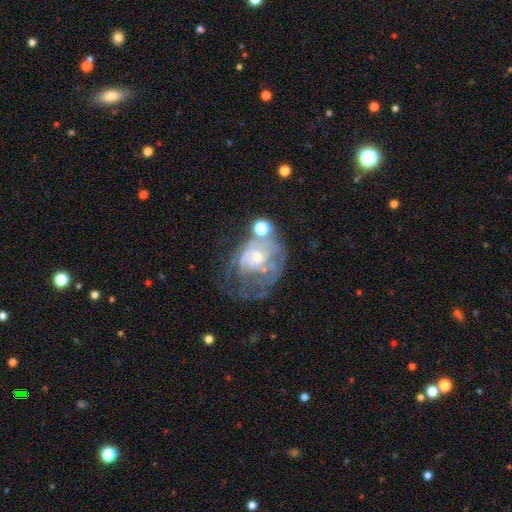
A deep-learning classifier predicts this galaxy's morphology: The model was most divided on "merging": none: 33%, major disturbance: 32%, minor disturbance: 21%, merger: 14%. More confident: edge-on disk — no (97%); bar — no (78%); smooth or featured — featured or disk (70%); bulge size — small (61%); spiral arms — yes (60%).